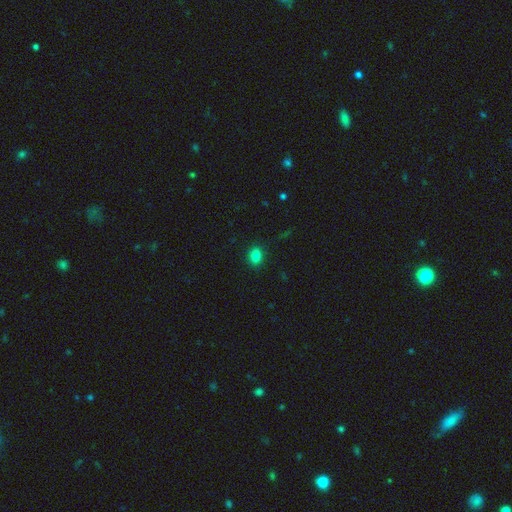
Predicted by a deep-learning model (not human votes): Smooth or featured?
  - smooth: 83% *
  - star or artifact: 12%
  - featured or disk: 4%
How rounded?
  - in between: 62% *
  - round: 37%
  - cigar-shaped: 1%
Merging?
  - none: 88% *
  - minor disturbance: 8%
  - major disturbance: 2%
  - merger: 1%